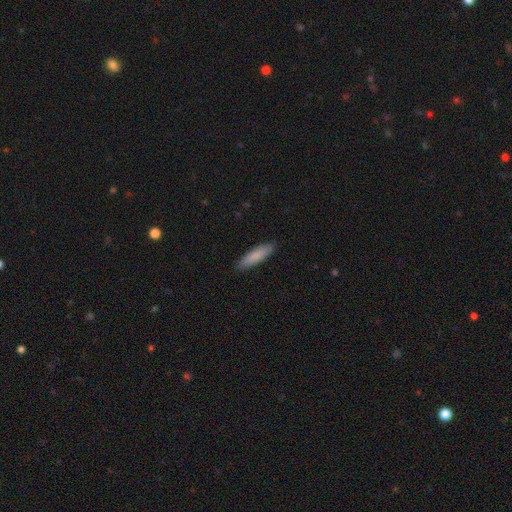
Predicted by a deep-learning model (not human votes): This is clearly a smooth galaxy (85%). How rounded: likely cigar-shaped (77%). Merging: clearly none (90%).